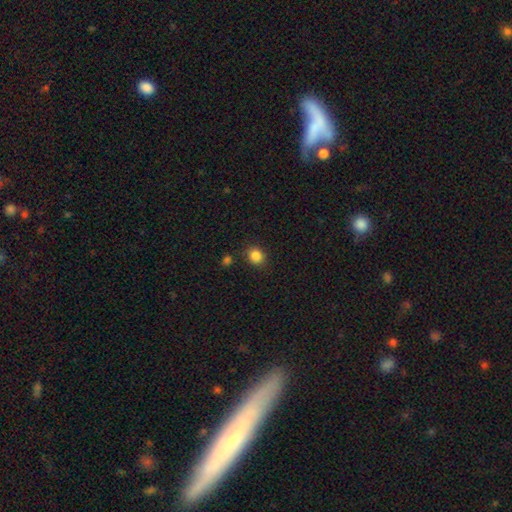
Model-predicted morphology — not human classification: A smooth galaxy with no disk features (85%) that is round (73%).

Vote fractions:
- Smooth or featured? smooth: 85% / star or artifact: 11% / featured or disk: 4%
- How rounded? round: 73% / in between: 26% / cigar-shaped: 1%
- Merging? none: 83% / minor disturbance: 10% / merger: 4% / major disturbance: 3%